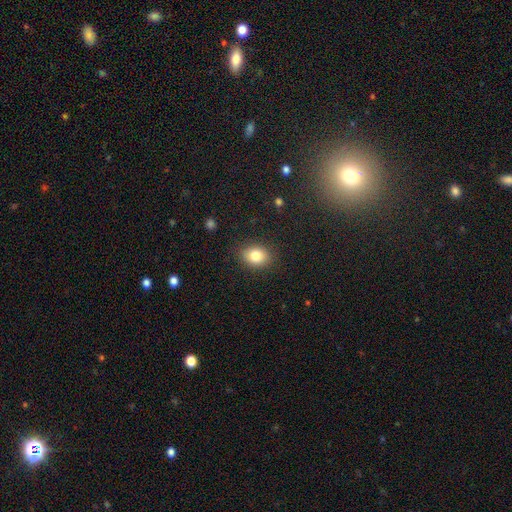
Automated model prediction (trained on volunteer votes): Smooth or featured?
  - smooth: 82% *
  - star or artifact: 10%
  - featured or disk: 8%
How rounded?
  - in between: 61% *
  - round: 38%
  - cigar-shaped: 1%
Merging?
  - none: 86% *
  - minor disturbance: 10%
  - major disturbance: 3%
  - merger: 1%